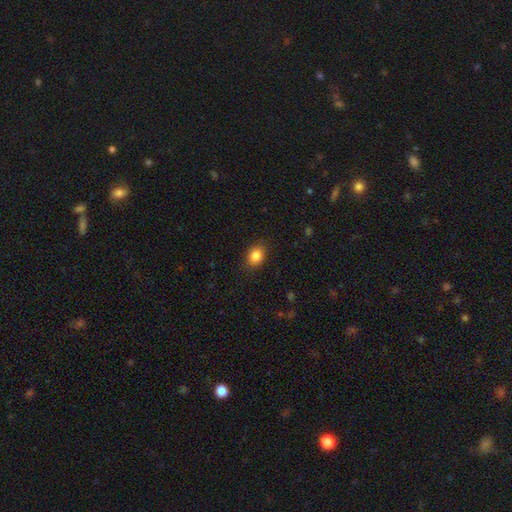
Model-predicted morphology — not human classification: smooth_or_featured: smooth (p=0.84) [alt: star or artifact p=0.09]
how_rounded: in between (p=0.61) [alt: round p=0.38]
merging: none (p=0.86) [alt: minor disturbance p=0.10]